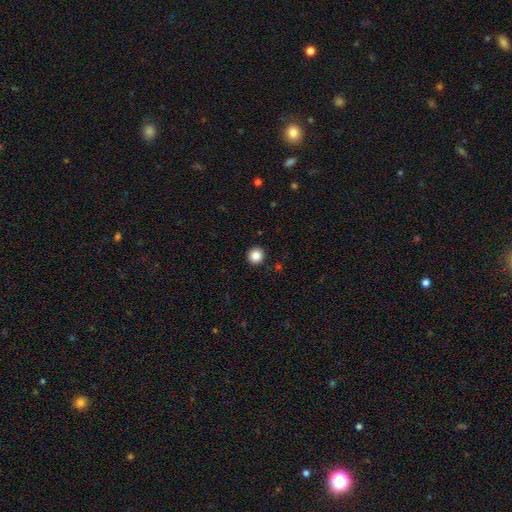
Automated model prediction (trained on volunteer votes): Smooth or featured? Predicted: smooth (p=0.85). How rounded? Predicted: round (p=0.94). Merging? Predicted: none (p=0.93).